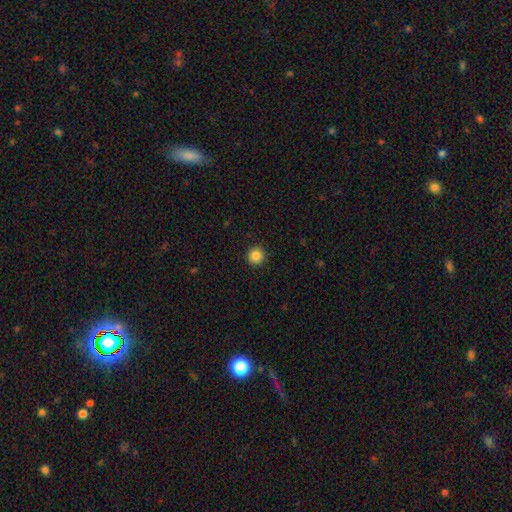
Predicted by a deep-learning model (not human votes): Smooth or featured? smooth (86%)
How rounded? round (95%)
Merging? none (93%)